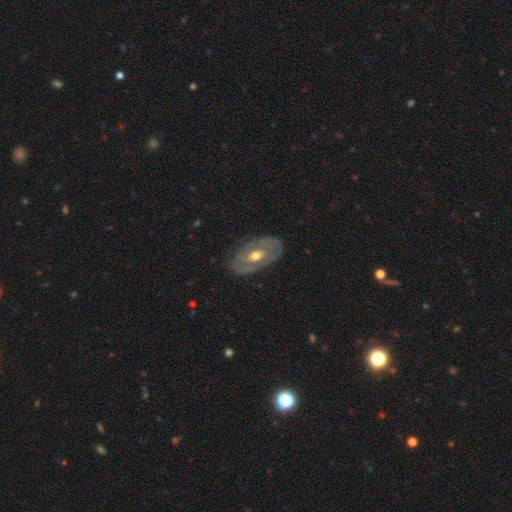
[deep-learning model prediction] Q: Smooth or featured?
A: featured or disk (71%); runner-up: smooth (24%)
Q: Edge-on disk?
A: no (91%); runner-up: yes (9%)
Q: Bar?
A: no (57%); runner-up: weak (31%)
Q: Spiral arms?
A: no (54%); runner-up: yes (46%)
Q: Bulge size?
A: moderate (74%); runner-up: small (18%)
Q: Merging?
A: none (78%); runner-up: minor disturbance (16%)